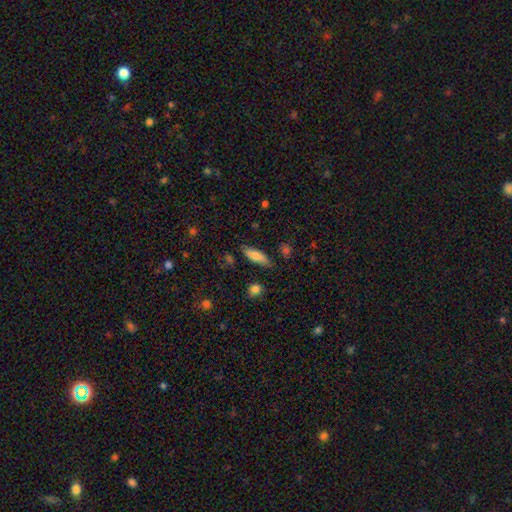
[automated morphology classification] Smooth or featured? Predicted: smooth (p=0.77). How rounded? Predicted: in between (p=0.55). Merging? Predicted: none (p=0.78).